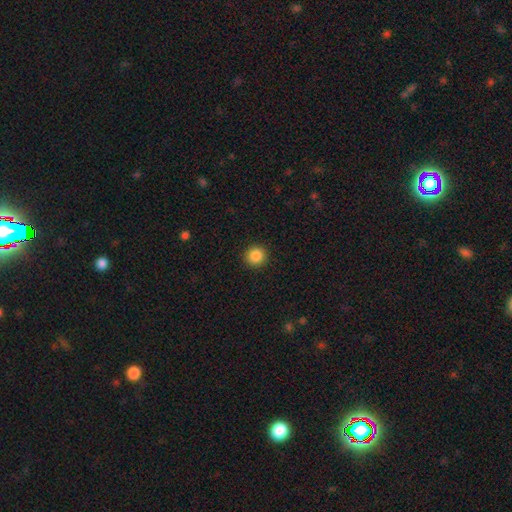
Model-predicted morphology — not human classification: This is clearly a smooth galaxy (87%). How rounded: clearly round (94%). Merging: clearly none (92%).